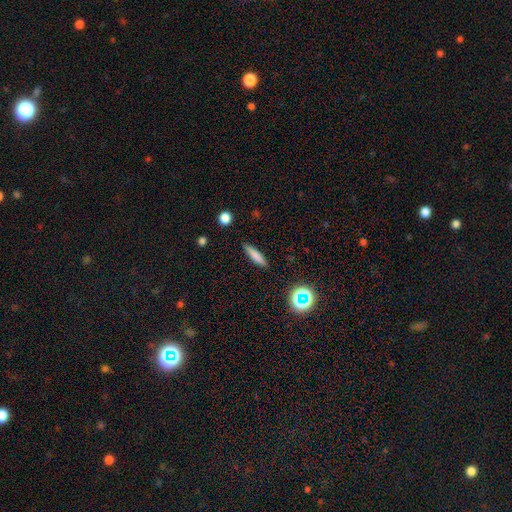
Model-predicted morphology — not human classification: smooth 76%, featured or disk 14%, star or artifact 10%. Down the decision tree: how rounded — cigar-shaped (83%); merging — none (88%).